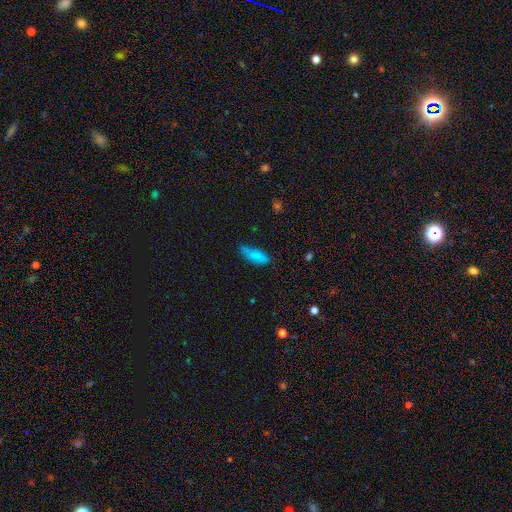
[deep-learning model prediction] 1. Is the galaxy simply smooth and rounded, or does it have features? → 78% smooth, 12% featured or disk, 10% star or artifact.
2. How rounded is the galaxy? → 61% in between, 37% cigar-shaped, 2% round.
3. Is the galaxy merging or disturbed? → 61% none, 29% minor disturbance, 7% major disturbance, 3% merger.